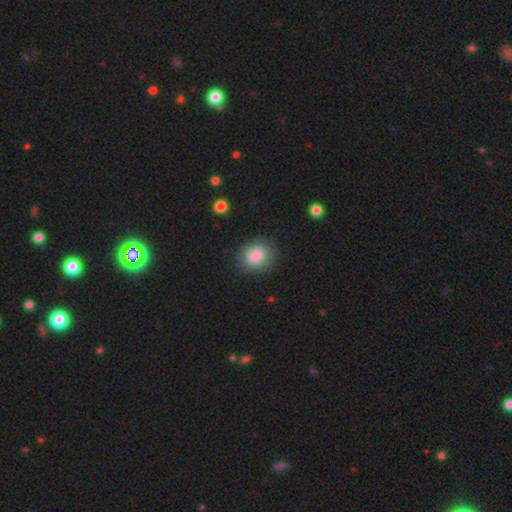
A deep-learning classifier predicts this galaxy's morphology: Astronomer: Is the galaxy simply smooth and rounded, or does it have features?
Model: smooth — 81%.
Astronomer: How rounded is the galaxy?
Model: round — 60% (runner-up: in between, 39%).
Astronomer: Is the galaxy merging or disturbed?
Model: none — 78%.